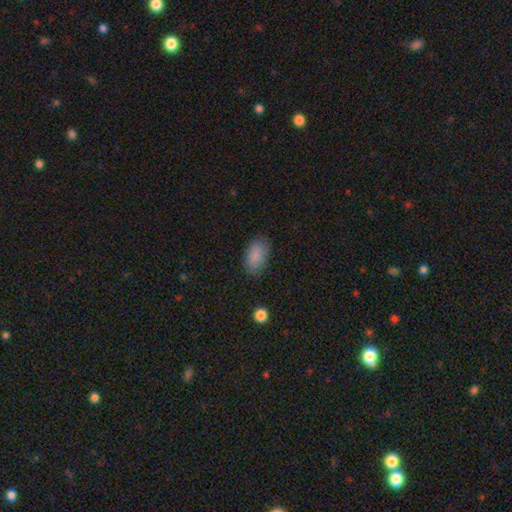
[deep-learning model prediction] smooth_or_featured: smooth (p=0.87) [alt: star or artifact p=0.08]
how_rounded: in between (p=0.92) [alt: round p=0.06]
merging: none (p=0.83) [alt: minor disturbance p=0.12]